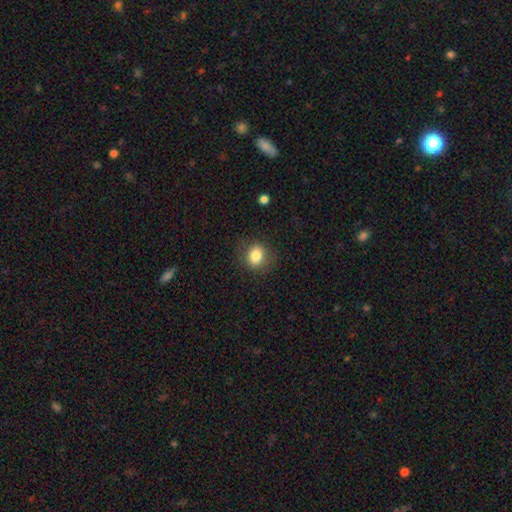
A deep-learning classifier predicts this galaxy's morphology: A smooth galaxy with no disk features (82%) that is round (69%).

Vote fractions:
- Smooth or featured? smooth: 82% / star or artifact: 10% / featured or disk: 8%
- How rounded? round: 69% / in between: 30% / cigar-shaped: 1%
- Merging? none: 83% / minor disturbance: 12% / major disturbance: 4% / merger: 1%